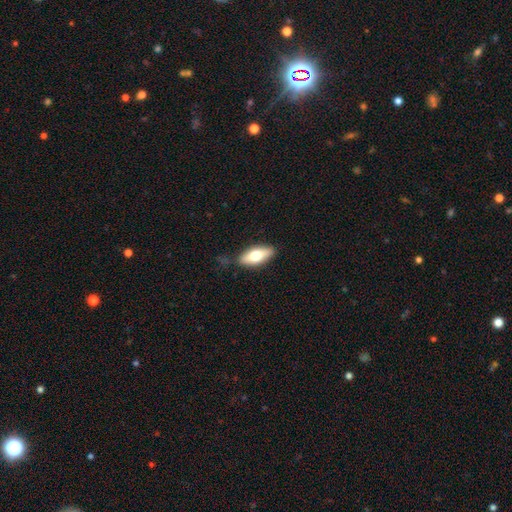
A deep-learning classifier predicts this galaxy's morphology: This appears to be a smooth galaxy with no disk features (66%) that is in between round and cigar-shaped (79%). Merging: none (81%).